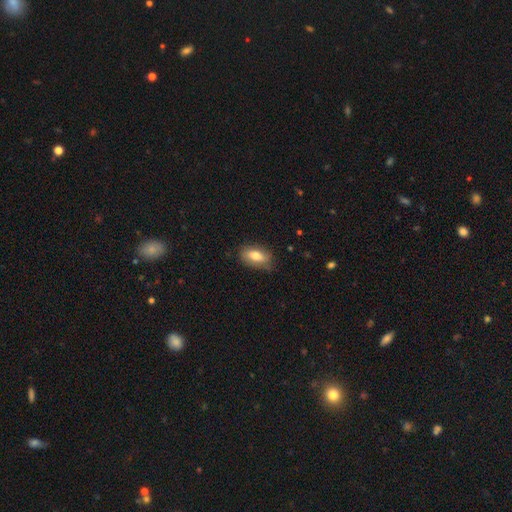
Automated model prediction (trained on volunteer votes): Smooth or featured? Predicted: smooth (p=0.76). How rounded? Predicted: in between (p=0.88). Merging? Predicted: none (p=0.76).